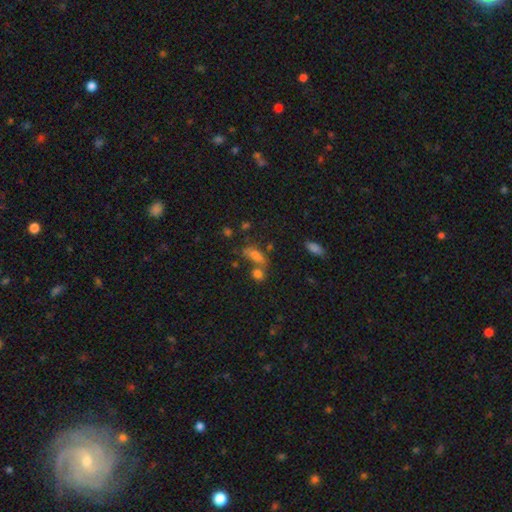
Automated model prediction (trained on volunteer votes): A smooth galaxy with no disk features (59%) that is in between round and cigar-shaped (68%).

Vote fractions:
- Smooth or featured? smooth: 59% / star or artifact: 24% / featured or disk: 17%
- How rounded? in between: 68% / cigar-shaped: 20% / round: 12%
- Merging? none: 42% / merger: 33% / minor disturbance: 14% / major disturbance: 10%